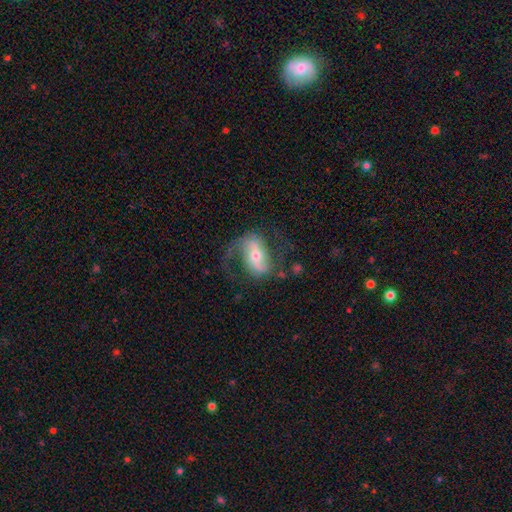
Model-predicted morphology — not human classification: A featured or disk galaxy (80%) with a strong bar (49%), 2 (86%) loose (50%) spiral arms (91%) and a moderate central bulge (56%). Merging: none (64%).